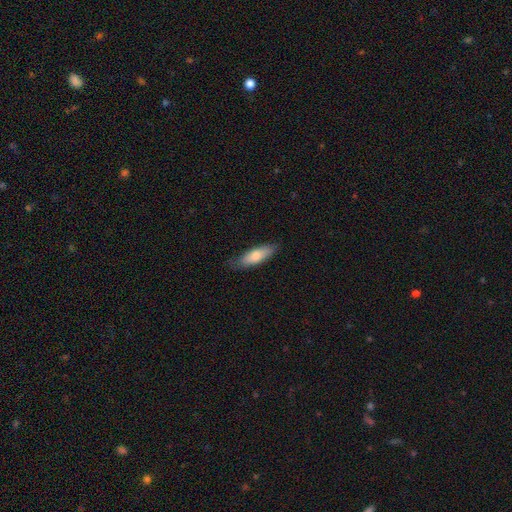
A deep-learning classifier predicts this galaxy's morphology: Overall: smooth (74%). How rounded: in between (54%; cigar-shaped 44%). Merging: none (78%).